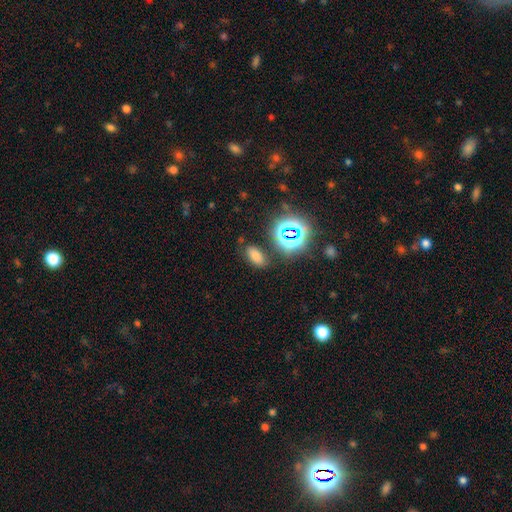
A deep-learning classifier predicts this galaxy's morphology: This is likely a smooth galaxy (66%). How rounded: clearly in between (88%). Merging: clearly none (80%).